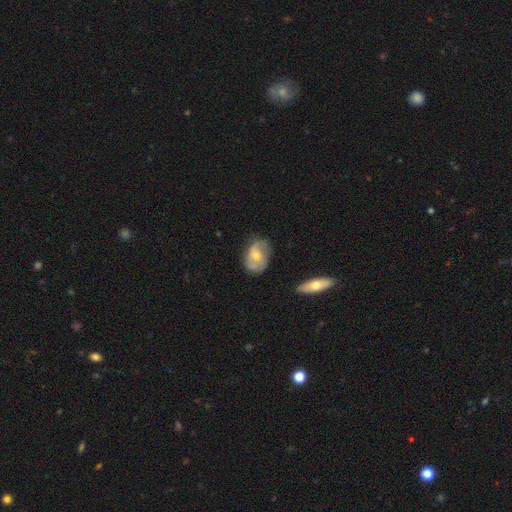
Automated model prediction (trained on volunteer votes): A featured or disk galaxy (53%) with no bar (70%), spiral arms (67%) and a moderate central bulge (49%).

Vote fractions:
- Smooth or featured? featured or disk: 53% / smooth: 40% / star or artifact: 7%
- Edge-on disk? no: 94% / yes: 6%
- Bar? no: 70% / weak: 24% / strong: 5%
- Spiral arms? yes: 67% / no: 33%
- Bulge size? moderate: 49% / small: 46% / large: 2% / none: 2% / dominant: 1%
- Merging? none: 59% / minor disturbance: 28% / major disturbance: 10% / merger: 3%